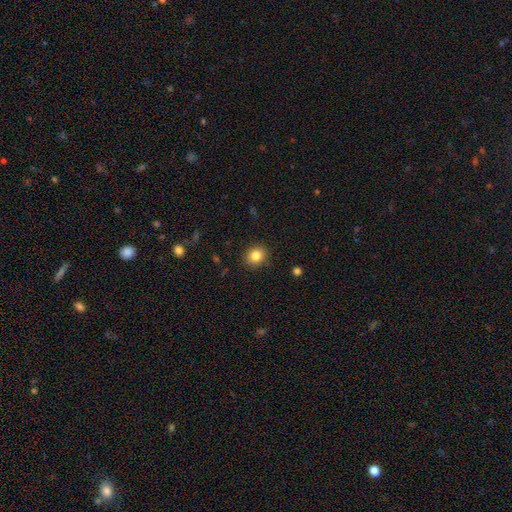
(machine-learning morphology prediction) Smooth or featured? Predicted: smooth (p=0.83). How rounded? Predicted: round (p=0.72). Merging? Predicted: none (p=0.89).